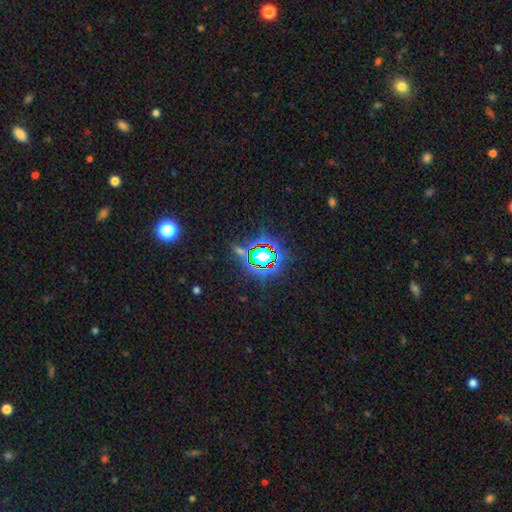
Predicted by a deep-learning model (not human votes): Q: Smooth or featured?
A: star or artifact (79%); runner-up: smooth (13%)